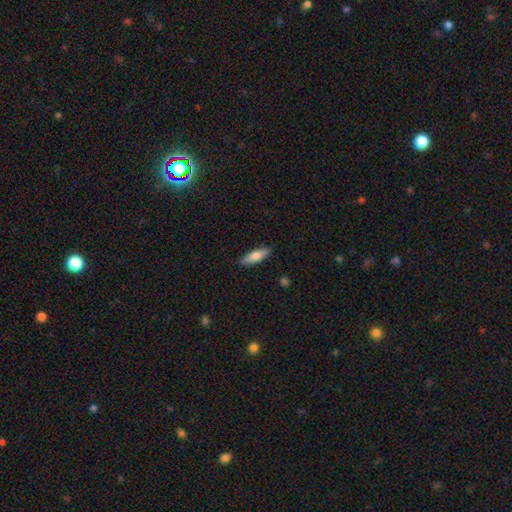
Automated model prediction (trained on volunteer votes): A smooth galaxy with no disk features (76%) that is cigar-shaped (50%). Merging: none (87%).